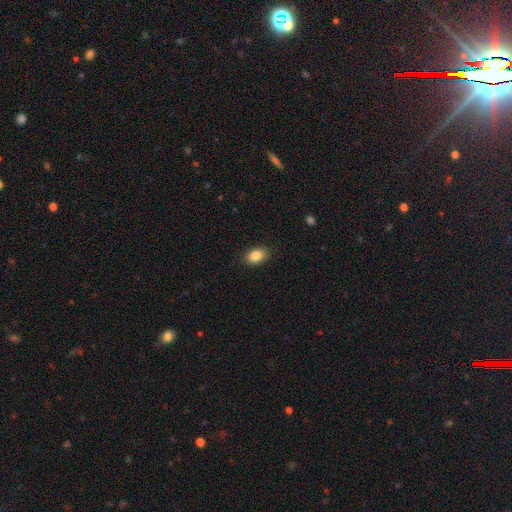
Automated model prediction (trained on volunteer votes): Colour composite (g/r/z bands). It shows a smooth galaxy with no disk features (87%) that is in between round and cigar-shaped (84%). Merging: none (88%).